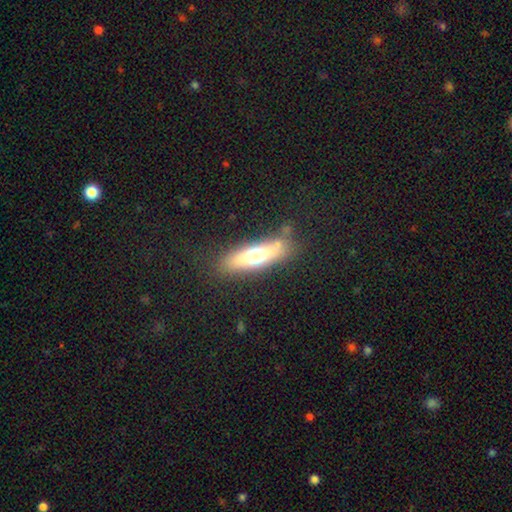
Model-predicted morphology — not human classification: Q: Smooth or featured?
A: smooth (55%); runner-up: featured or disk (37%)
Q: How rounded?
A: cigar-shaped (55%); runner-up: in between (42%)
Q: Merging?
A: none (78%); runner-up: minor disturbance (13%)